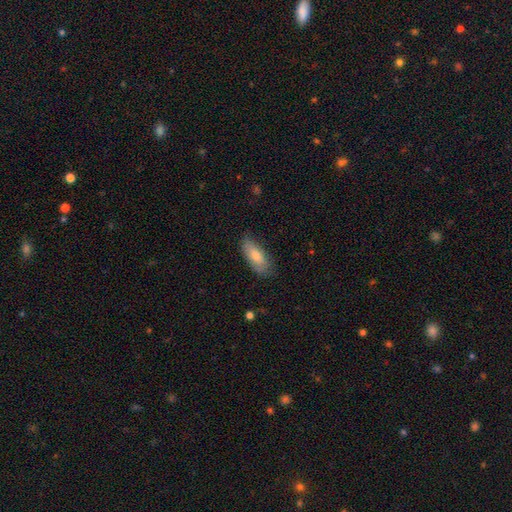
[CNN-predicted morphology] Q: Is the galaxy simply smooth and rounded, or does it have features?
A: smooth — 72%.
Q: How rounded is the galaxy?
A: in between — 76%.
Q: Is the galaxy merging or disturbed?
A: none — 76%.